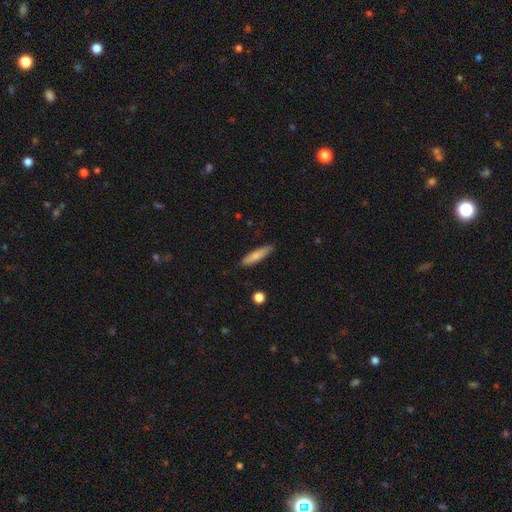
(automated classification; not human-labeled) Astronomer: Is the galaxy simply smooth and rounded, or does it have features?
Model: smooth — 75%.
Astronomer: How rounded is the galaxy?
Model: cigar-shaped — 81%.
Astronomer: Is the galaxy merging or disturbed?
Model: none — 86%.